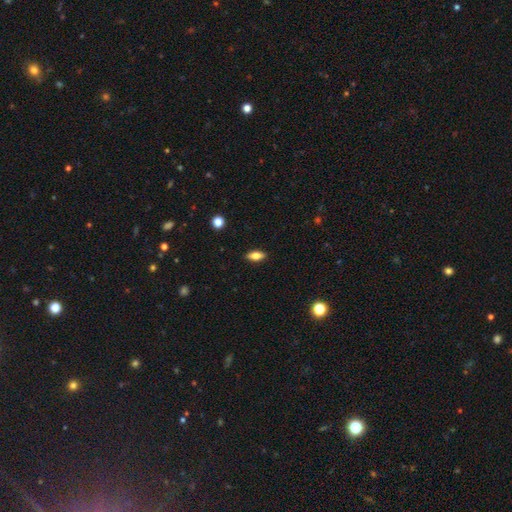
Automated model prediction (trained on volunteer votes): This appears to be a smooth galaxy with no disk features (78%) that is in between round and cigar-shaped (85%). Merging: none (89%).